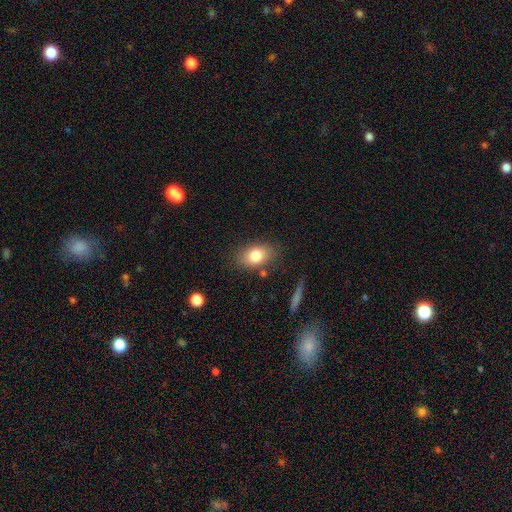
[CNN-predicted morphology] A smooth galaxy with no disk features (80%) that is in between round and cigar-shaped (81%).

Vote fractions:
- Smooth or featured? smooth: 80% / featured or disk: 11% / star or artifact: 8%
- How rounded? in between: 81% / round: 17% / cigar-shaped: 2%
- Merging? none: 79% / minor disturbance: 14% / merger: 4% / major disturbance: 4%